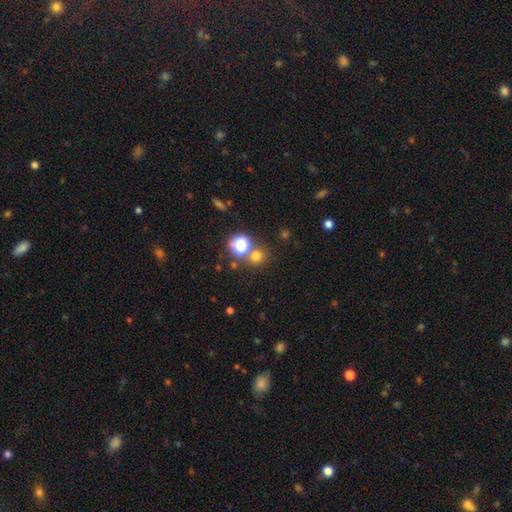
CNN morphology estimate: Overall: smooth (69%). How rounded: round (85%). Merging: none (70%).